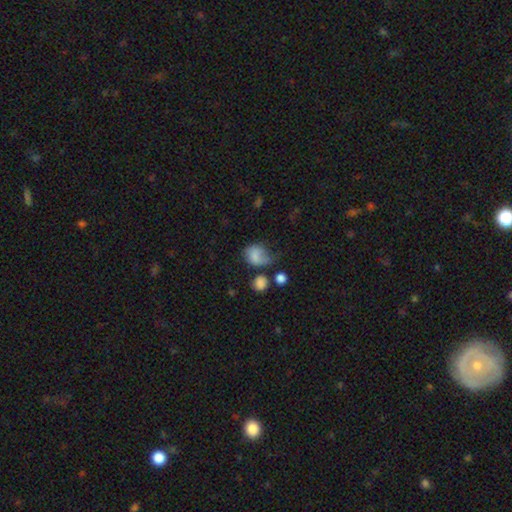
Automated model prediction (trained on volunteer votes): smooth-or-featured: smooth: 73% | featured or disk: 16% | star or artifact: 11%
  how-rounded: in between: 55% | round: 44% | cigar-shaped: 1%
  merging: minor disturbance: 30% | none: 29% | major disturbance: 29% | merger: 11%